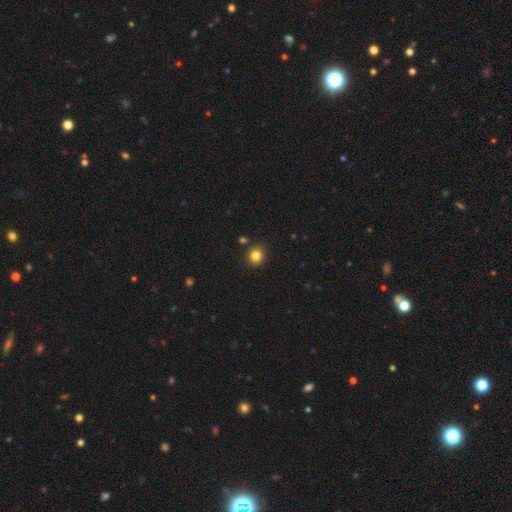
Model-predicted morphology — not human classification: Overall: smooth (83%). How rounded: round (75%). Merging: none (84%).